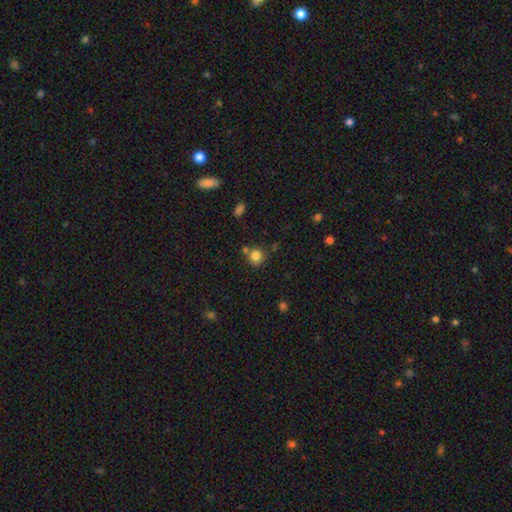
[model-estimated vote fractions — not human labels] smooth_or_featured: smooth (p=0.82) [alt: star or artifact p=0.12]
how_rounded: round (p=0.86) [alt: in between p=0.13]
merging: none (p=0.67) [alt: merger p=0.17]